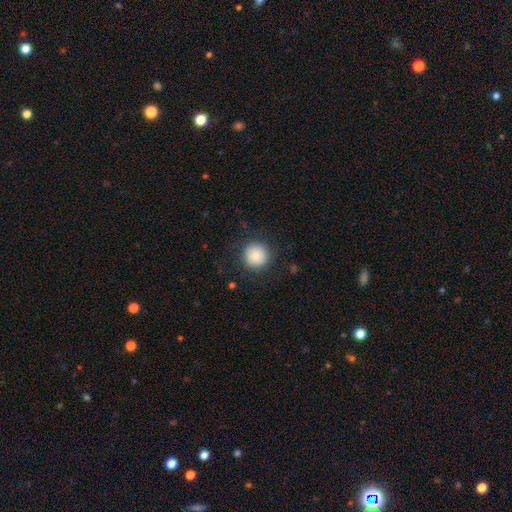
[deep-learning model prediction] This is clearly a smooth galaxy (87%). How rounded: clearly round (95%). Merging: clearly none (86%).